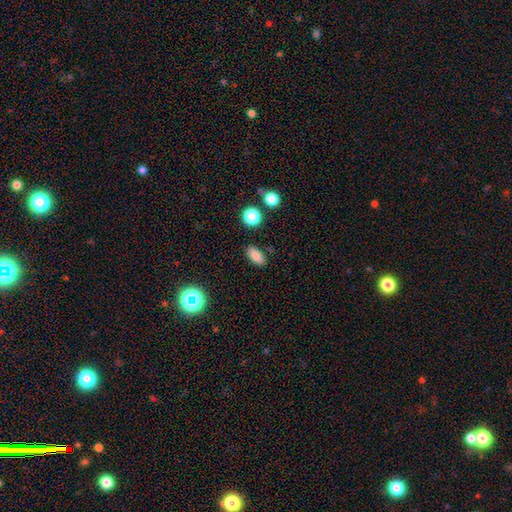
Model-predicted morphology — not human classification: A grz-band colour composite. It shows a smooth galaxy with no disk features (82%) that is in between round and cigar-shaped (87%). Merging: none (87%).